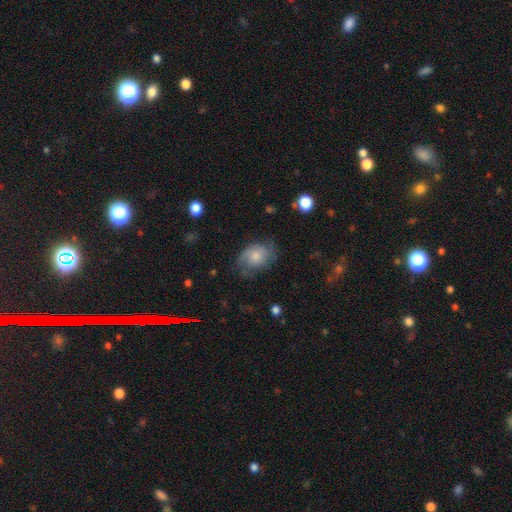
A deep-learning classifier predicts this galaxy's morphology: This appears to be a smooth galaxy with no disk features (52%) that is in between round and cigar-shaped (70%). Merging: none (54%).